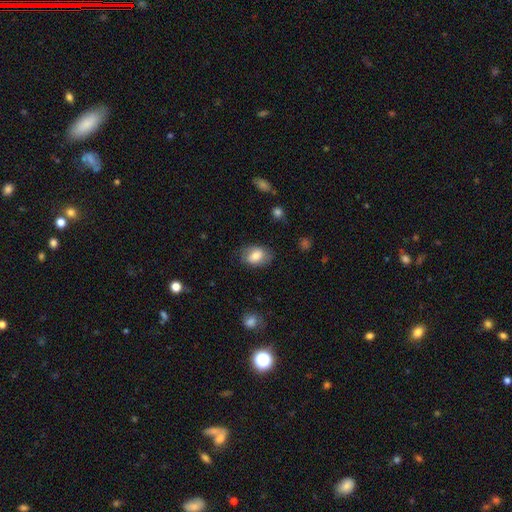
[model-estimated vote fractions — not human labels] This appears to be a smooth galaxy with no disk features (76%) that is in between round and cigar-shaped (81%). Merging: none (73%).